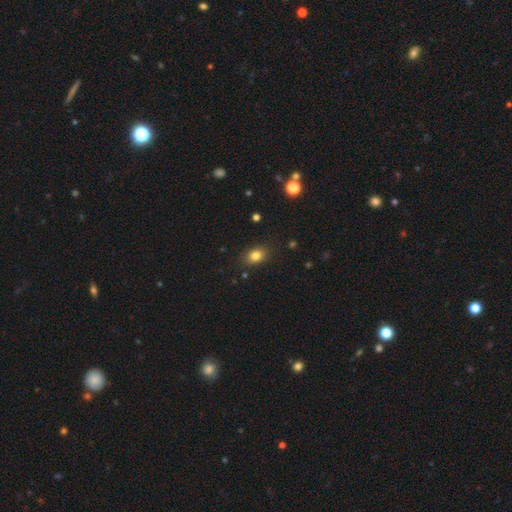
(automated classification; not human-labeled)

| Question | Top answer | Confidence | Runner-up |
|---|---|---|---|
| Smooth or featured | smooth | 81% | star or artifact (12%) |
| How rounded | in between | 65% | round (34%) |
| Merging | none | 84% | minor disturbance (11%) |